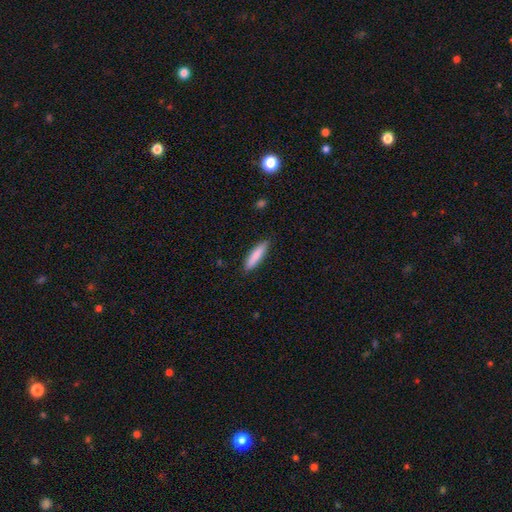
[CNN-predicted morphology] A smooth galaxy with no disk features (84%) that is cigar-shaped (77%). Merging: none (87%).